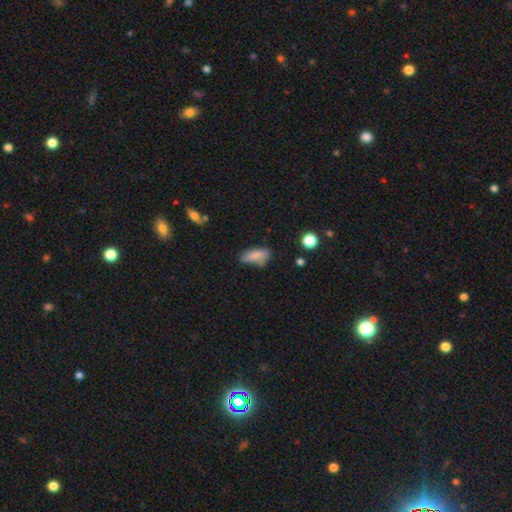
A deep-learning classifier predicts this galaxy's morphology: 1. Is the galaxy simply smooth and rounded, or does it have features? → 80% smooth, 12% featured or disk, 8% star or artifact.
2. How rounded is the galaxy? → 78% in between, 19% cigar-shaped, 3% round.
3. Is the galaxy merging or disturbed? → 56% none, 31% minor disturbance, 8% major disturbance, 4% merger.